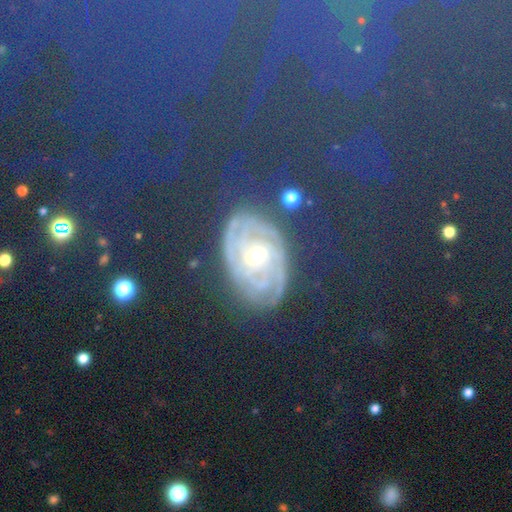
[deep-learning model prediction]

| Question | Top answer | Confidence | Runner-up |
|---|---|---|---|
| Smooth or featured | star or artifact | 42% | featured or disk (34%) |